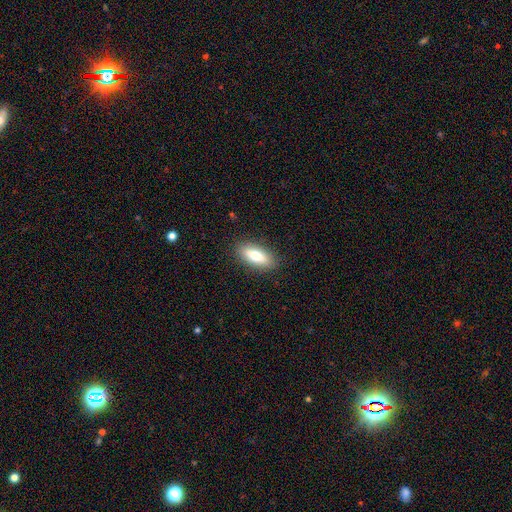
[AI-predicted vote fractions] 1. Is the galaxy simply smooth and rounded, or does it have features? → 74% smooth, 19% featured or disk, 7% star or artifact.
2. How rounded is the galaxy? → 73% in between, 25% cigar-shaped, 2% round.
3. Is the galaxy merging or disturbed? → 88% none, 9% minor disturbance, 2% major disturbance, 1% merger.